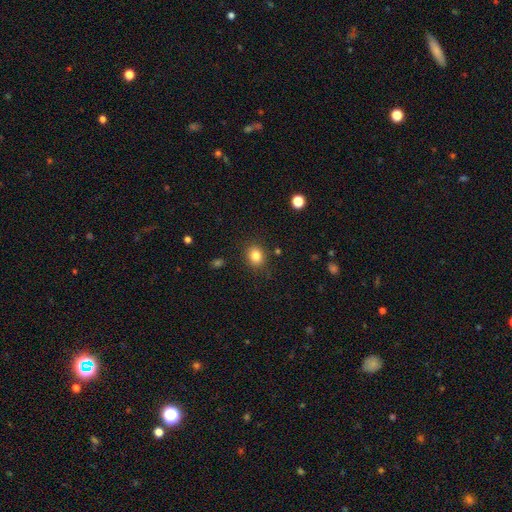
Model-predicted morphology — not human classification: Smooth or featured? smooth (83%)
How rounded? round (67%)
Merging? none (86%)